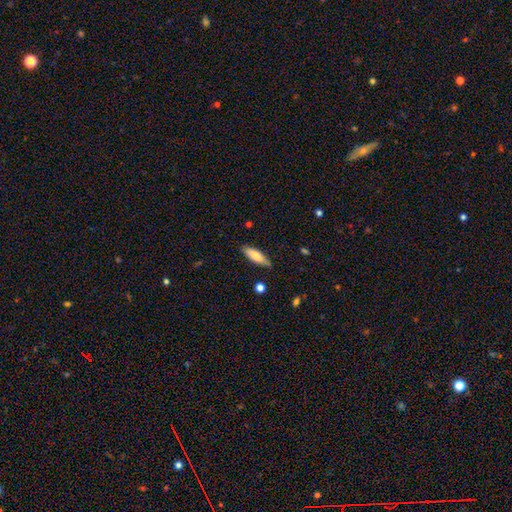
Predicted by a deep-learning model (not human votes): Morphology: type=smooth (79%); roundness=cigar-shaped (55%); merging=none (79%).